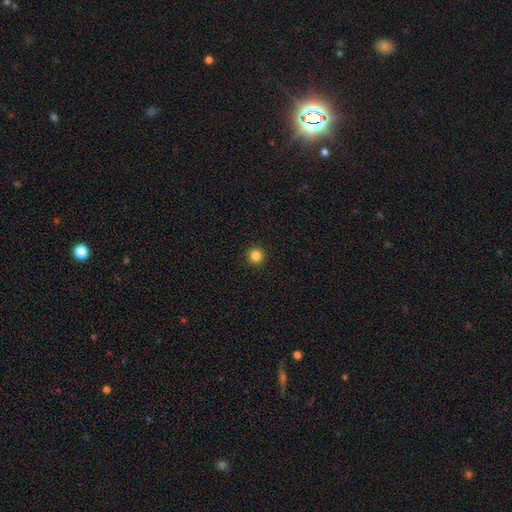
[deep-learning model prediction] Overall: smooth (84%). How rounded: round (96%). Merging: none (94%).